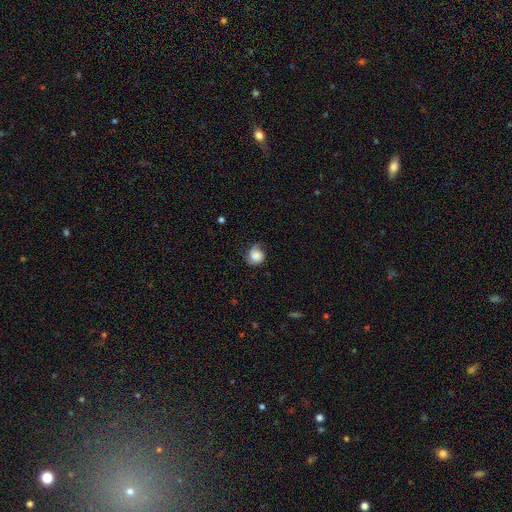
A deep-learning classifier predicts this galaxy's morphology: Overall: smooth (69%). How rounded: round (78%). Merging: none (55%; minor disturbance 30%).